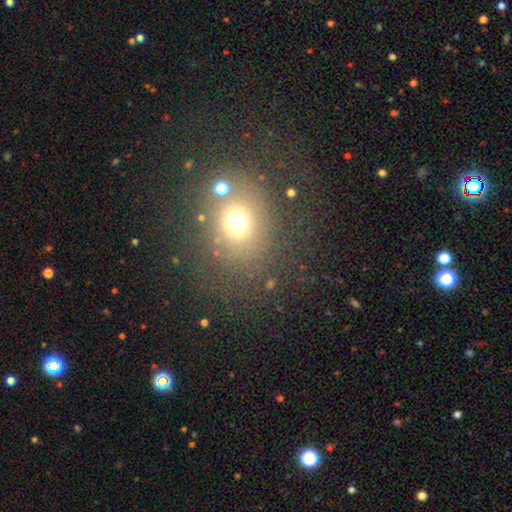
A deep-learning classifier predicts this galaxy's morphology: smooth 59%, star or artifact 27%, featured or disk 14%. Down the decision tree: how rounded — round (69%); merging — none (76%).